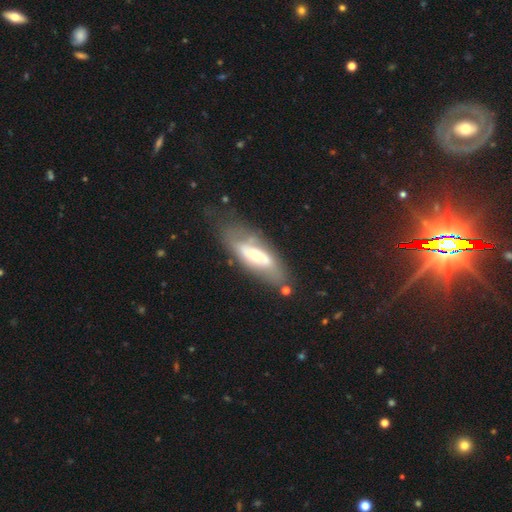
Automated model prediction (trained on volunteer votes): smooth-or-featured: featured or disk: 61% | smooth: 33% | star or artifact: 6%
  disk-edge-on: no: 80% | yes: 20%
  merging: none: 57% | minor disturbance: 22% | major disturbance: 15% | merger: 6%